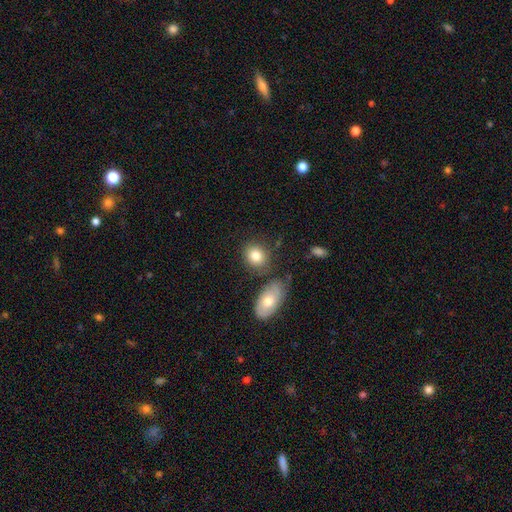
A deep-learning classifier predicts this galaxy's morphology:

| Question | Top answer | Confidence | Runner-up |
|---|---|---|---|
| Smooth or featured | smooth | 81% | featured or disk (11%) |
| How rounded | round | 55% | in between (43%) |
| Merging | none | 69% | merger (14%) |